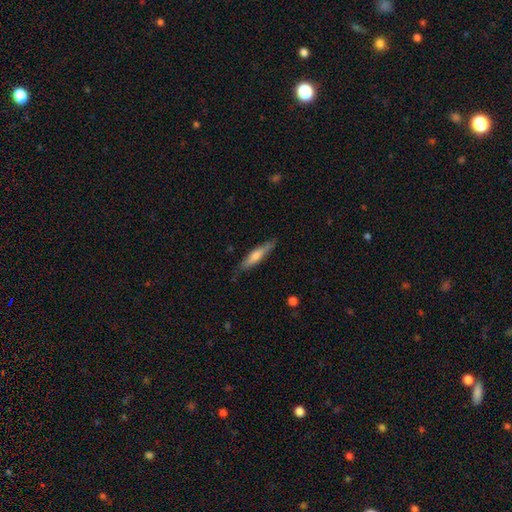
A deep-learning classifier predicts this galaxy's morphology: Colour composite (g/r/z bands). It shows a smooth galaxy with no disk features (58%) that is cigar-shaped (82%). Merging: none (81%).